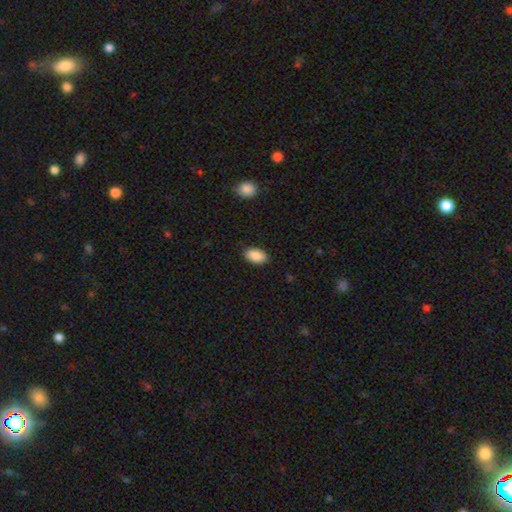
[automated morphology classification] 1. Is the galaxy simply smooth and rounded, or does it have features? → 89% smooth, 7% star or artifact, 4% featured or disk.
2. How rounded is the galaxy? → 94% in between, 5% round, 2% cigar-shaped.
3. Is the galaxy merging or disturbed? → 87% none, 10% minor disturbance, 2% major disturbance, 1% merger.